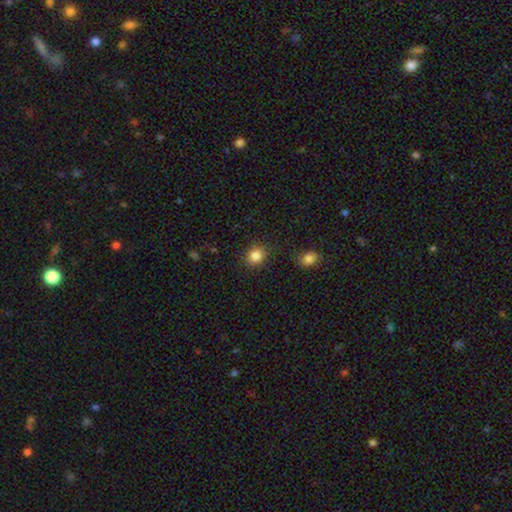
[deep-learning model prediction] Smooth or featured?
  - smooth: 85% *
  - star or artifact: 10%
  - featured or disk: 4%
How rounded?
  - round: 76% *
  - in between: 23%
  - cigar-shaped: 1%
Merging?
  - none: 85% *
  - minor disturbance: 9%
  - major disturbance: 3%
  - merger: 3%